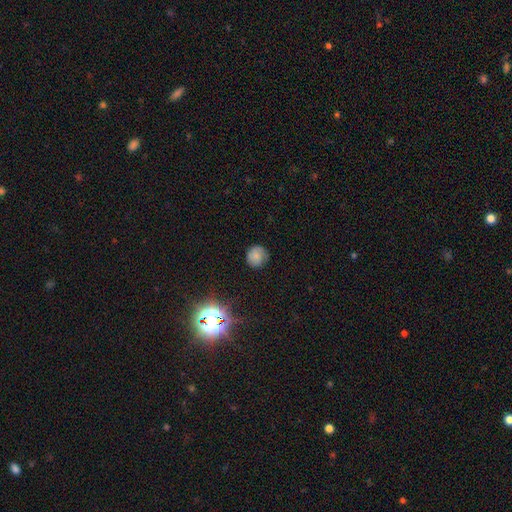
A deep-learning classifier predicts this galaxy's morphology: Q: Smooth or featured?
A: smooth (73%); runner-up: star or artifact (14%)
Q: How rounded?
A: round (89%); runner-up: in between (10%)
Q: Merging?
A: none (80%); runner-up: minor disturbance (15%)